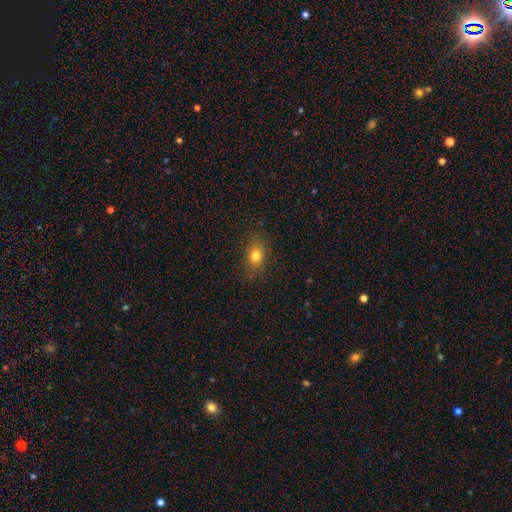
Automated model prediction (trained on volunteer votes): Smooth or featured?
  - smooth: 78% *
  - star or artifact: 12%
  - featured or disk: 10%
How rounded?
  - in between: 71% *
  - round: 25%
  - cigar-shaped: 4%
Merging?
  - none: 83% *
  - minor disturbance: 12%
  - major disturbance: 3%
  - merger: 1%